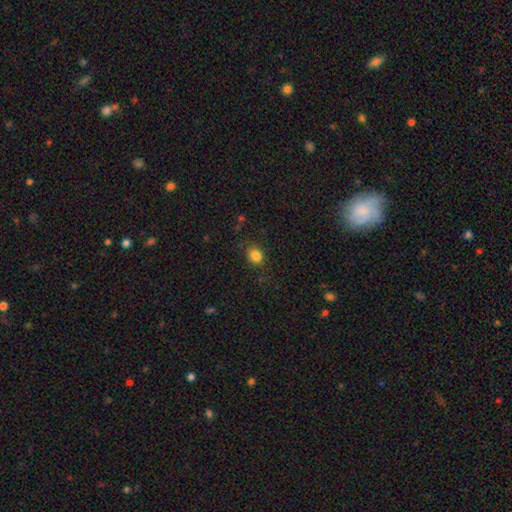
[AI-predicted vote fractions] The model was most divided on "how rounded": round: 62%, in between: 37%, cigar-shaped: 1%. More confident: smooth or featured — smooth (84%); merging — none (80%).